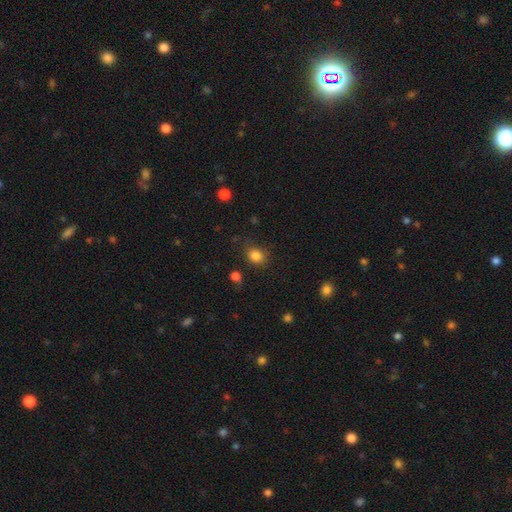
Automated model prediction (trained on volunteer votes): Smooth or featured: smooth — 84% (star or artifact — 12%)
How rounded: round — 63% (in between — 36%)
Merging: none — 78% (minor disturbance — 15%)